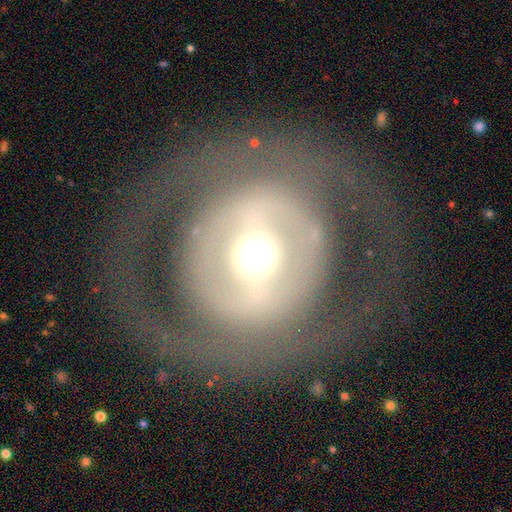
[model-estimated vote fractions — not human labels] This is likely a featured or disk galaxy (63%). It is clearly not viewed edge-on (94%). Bar: possibly no (58%). Spiral arm pattern: likely no (74%). Central bulge: possibly moderate (59%). Merging: likely none (74%).